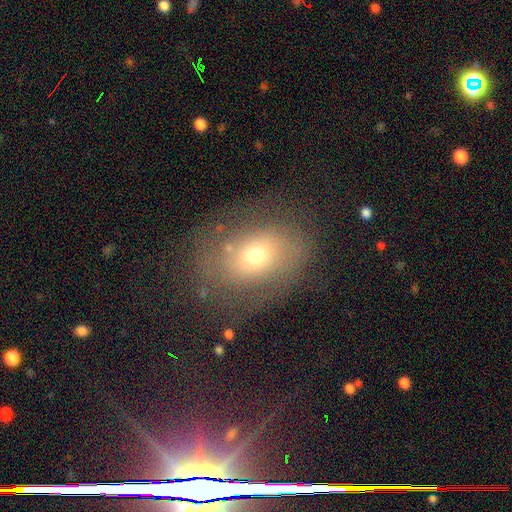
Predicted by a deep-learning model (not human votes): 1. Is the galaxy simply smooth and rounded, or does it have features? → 57% smooth, 29% featured or disk, 15% star or artifact.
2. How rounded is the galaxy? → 63% in between, 36% round, 1% cigar-shaped.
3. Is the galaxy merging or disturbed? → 66% none, 19% minor disturbance, 13% major disturbance, 2% merger.